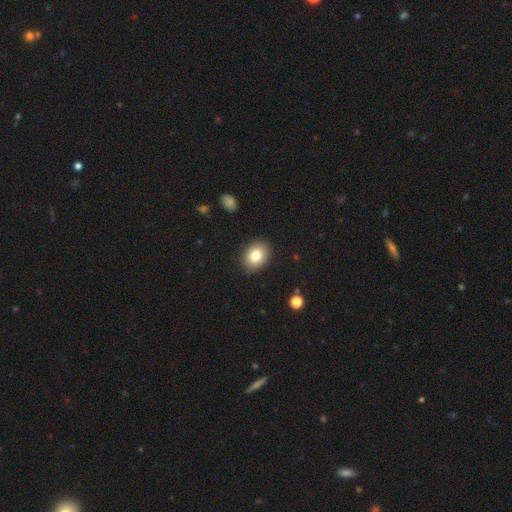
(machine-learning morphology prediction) smooth 81%, featured or disk 10%, star or artifact 9%. Down the decision tree: how rounded — in between (61%); merging — none (87%).